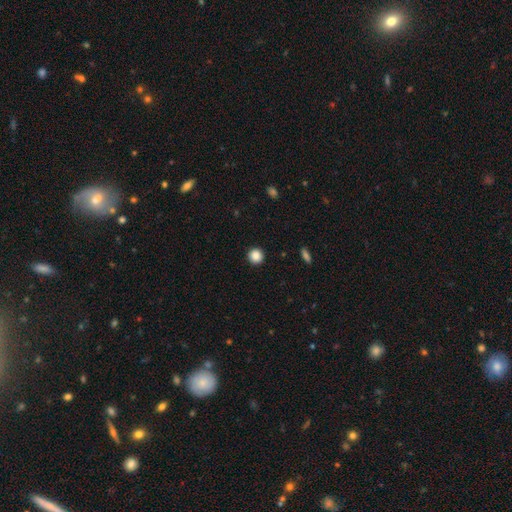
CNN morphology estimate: type=smooth (87%); roundness=round (94%); merging=none (93%).